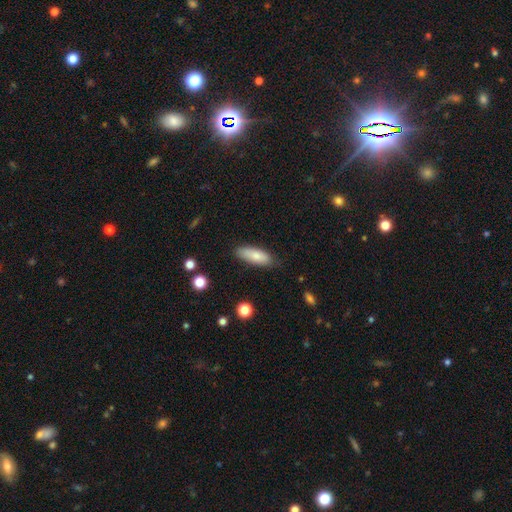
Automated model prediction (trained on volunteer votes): Q: Smooth or featured?
A: smooth (80%); runner-up: featured or disk (13%)
Q: How rounded?
A: in between (64%); runner-up: cigar-shaped (34%)
Q: Merging?
A: none (79%); runner-up: minor disturbance (17%)